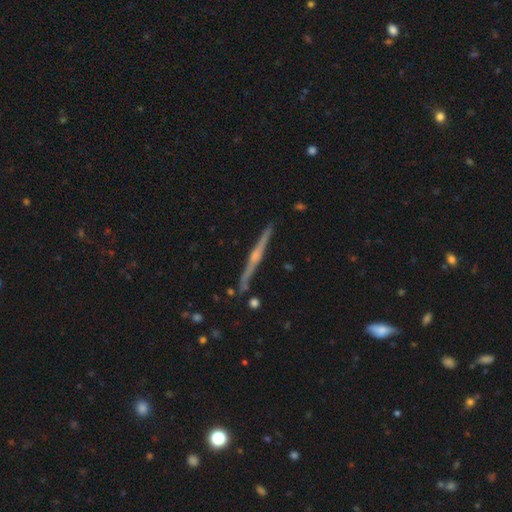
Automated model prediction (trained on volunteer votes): Overall: featured or disk (83%). Edge-on disk: yes (98%). Edge-on bulge: rounded (79%). Merging: none (90%).